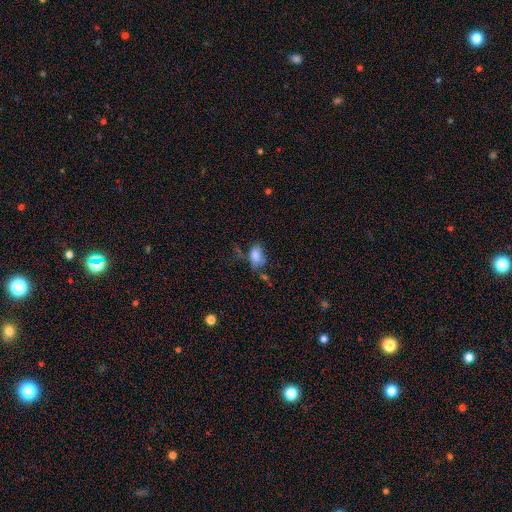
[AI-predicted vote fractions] Smooth or featured: smooth — 74% (featured or disk — 15%)
How rounded: in between — 89% (round — 9%)
Merging: none — 45% (minor disturbance — 28%)